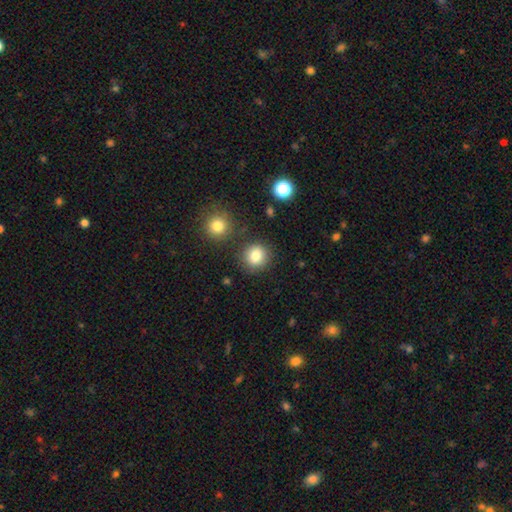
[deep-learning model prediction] This appears to be a smooth galaxy with no disk features (84%) that is round (84%). Merging: none (83%).